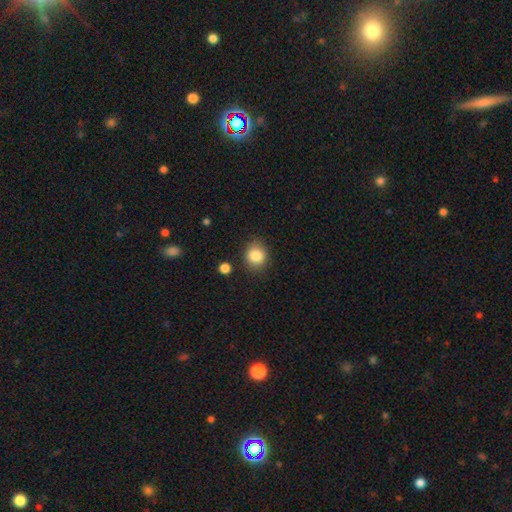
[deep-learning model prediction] This appears to be a smooth galaxy with no disk features (84%) that is round (73%). Merging: none (83%).